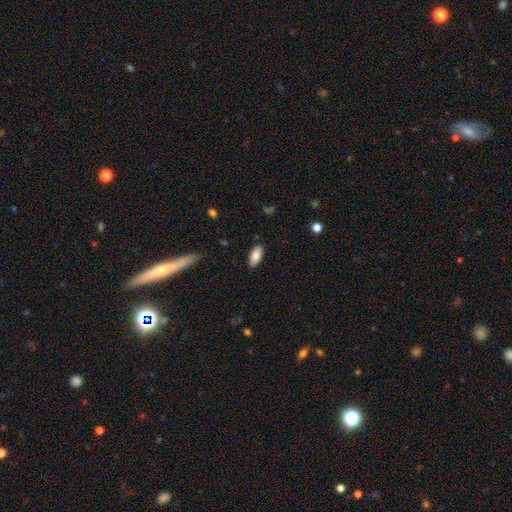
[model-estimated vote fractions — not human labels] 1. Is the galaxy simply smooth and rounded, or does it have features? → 85% smooth, 9% featured or disk, 6% star or artifact.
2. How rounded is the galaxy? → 88% in between, 10% cigar-shaped, 2% round.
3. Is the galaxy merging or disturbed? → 88% none, 9% minor disturbance, 2% major disturbance, 1% merger.